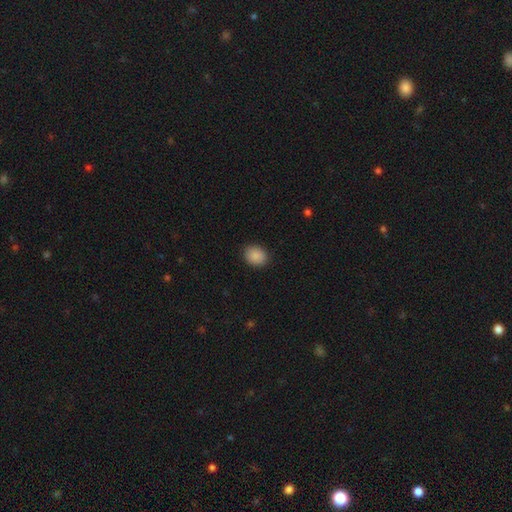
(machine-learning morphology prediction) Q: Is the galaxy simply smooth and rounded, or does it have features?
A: smooth — 89%.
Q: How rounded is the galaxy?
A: round — 53%.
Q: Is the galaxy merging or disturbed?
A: none — 89%.